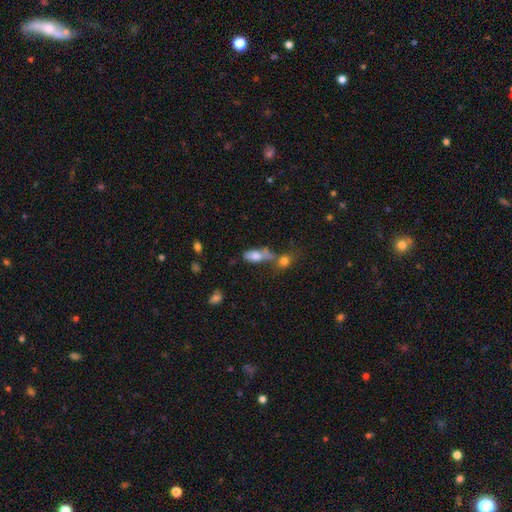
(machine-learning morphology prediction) smooth 75%, featured or disk 16%, star or artifact 9%. Down the decision tree: how rounded — in between (82%); merging — merger (42%).